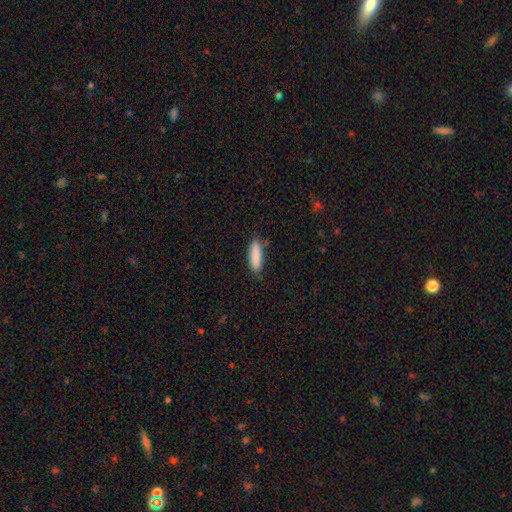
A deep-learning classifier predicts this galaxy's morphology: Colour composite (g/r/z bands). It shows a smooth galaxy with no disk features (88%) that is cigar-shaped (54%). Merging: none (83%).